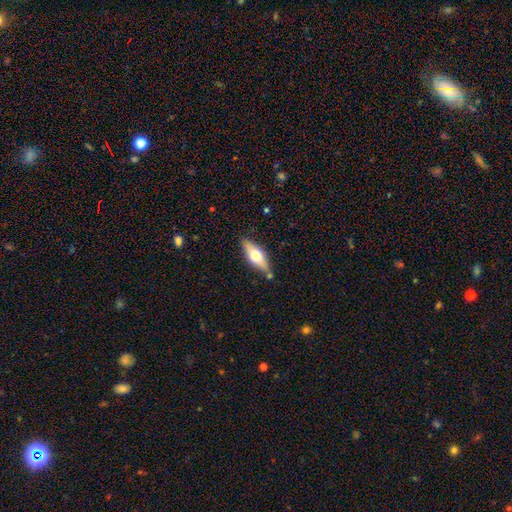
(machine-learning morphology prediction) Smooth or featured: smooth — 47% (featured or disk — 46%)
Merging: none — 80% (minor disturbance — 13%)